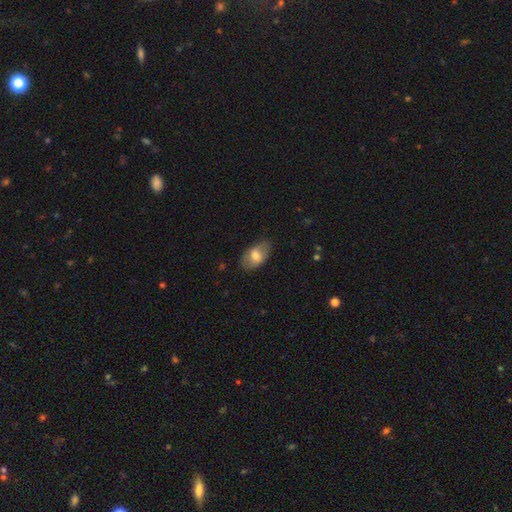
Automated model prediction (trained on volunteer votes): Overall: smooth (68%). How rounded: in between (91%). Merging: none (75%).